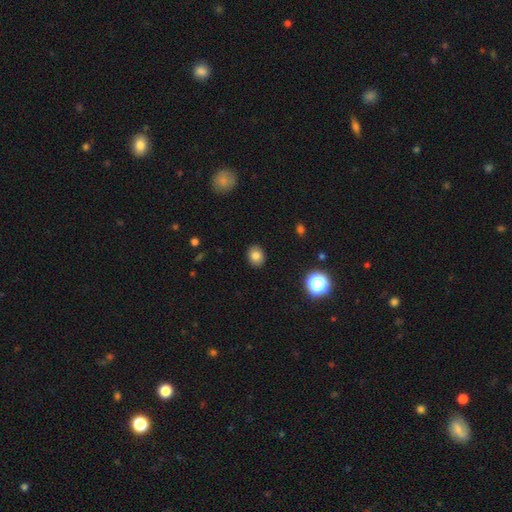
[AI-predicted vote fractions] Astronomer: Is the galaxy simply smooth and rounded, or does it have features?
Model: smooth — 80%.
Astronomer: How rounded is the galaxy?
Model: round — 60% (runner-up: in between, 39%).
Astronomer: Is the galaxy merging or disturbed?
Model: none — 90%.